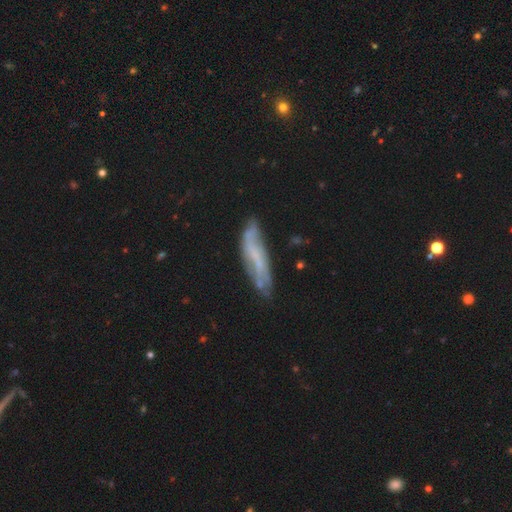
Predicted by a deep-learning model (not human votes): Morphology: type=featured or disk (55%); edge-on=no (58%); merging=none (67%).